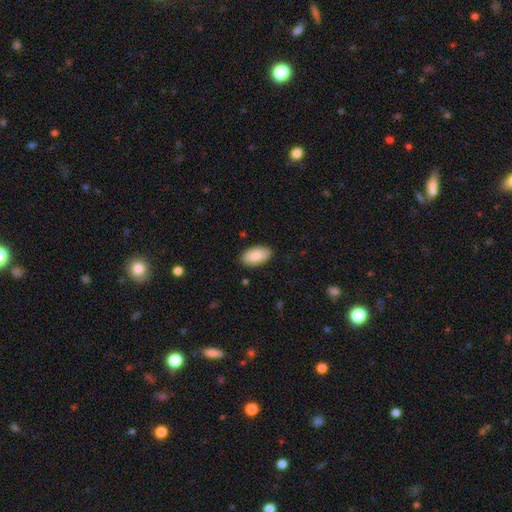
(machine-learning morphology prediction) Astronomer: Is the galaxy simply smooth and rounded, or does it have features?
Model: smooth — 87%.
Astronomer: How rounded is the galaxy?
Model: in between — 95%.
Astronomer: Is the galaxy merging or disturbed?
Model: none — 87%.